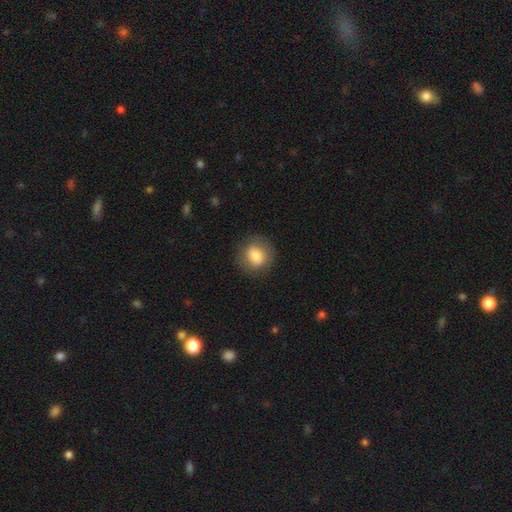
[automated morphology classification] Smooth or featured? smooth (79%)
How rounded? round (79%)
Merging? none (84%)